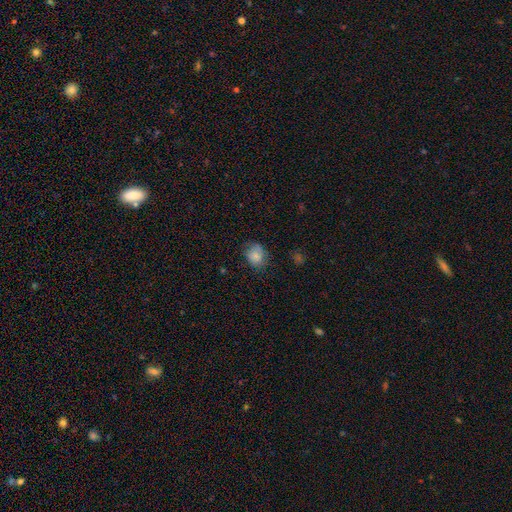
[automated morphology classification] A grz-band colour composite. It shows a smooth galaxy with no disk features (82%) that is round (50%). Merging: none (67%).